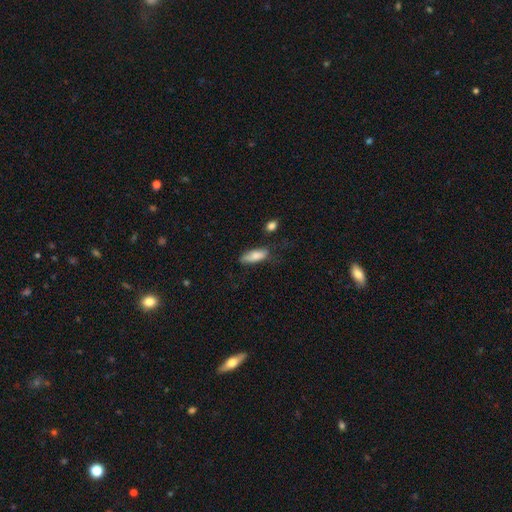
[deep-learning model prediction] This is likely a smooth galaxy (80%). How rounded: likely in between (68%). Merging: possibly none (51%).